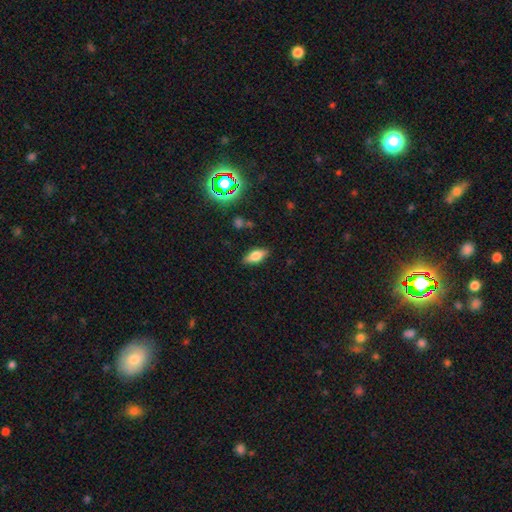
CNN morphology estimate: A smooth galaxy with no disk features (68%) that is in between round and cigar-shaped (80%). Merging: none (86%).